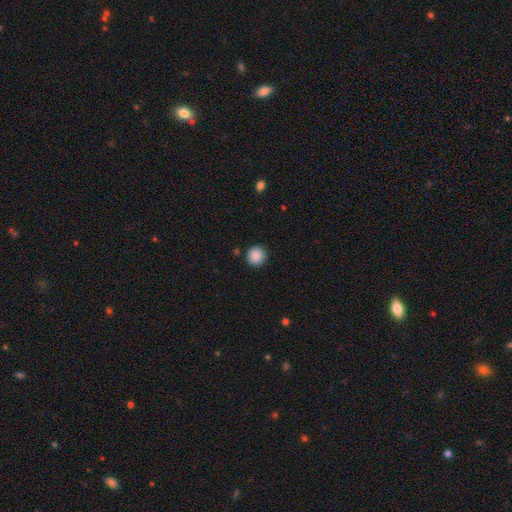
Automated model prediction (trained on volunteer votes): A smooth galaxy with no disk features (88%) that is round (95%).

Vote fractions:
- Smooth or featured? smooth: 88% / star or artifact: 8% / featured or disk: 3%
- How rounded? round: 95% / in between: 4% / cigar-shaped: 1%
- Merging? none: 91% / minor disturbance: 6% / major disturbance: 2% / merger: 2%